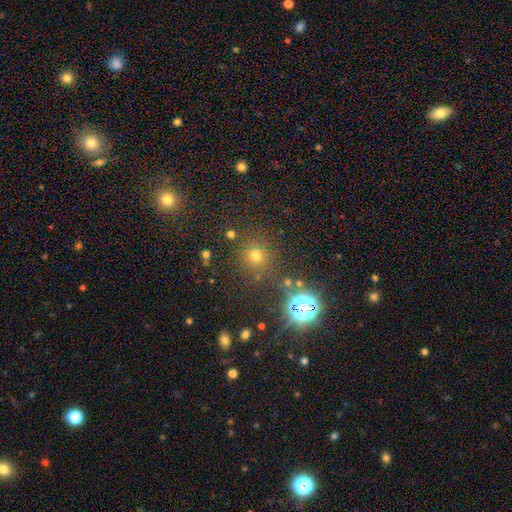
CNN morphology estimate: Smooth or featured? smooth (61%)
How rounded? round (93%)
Merging? none (82%)